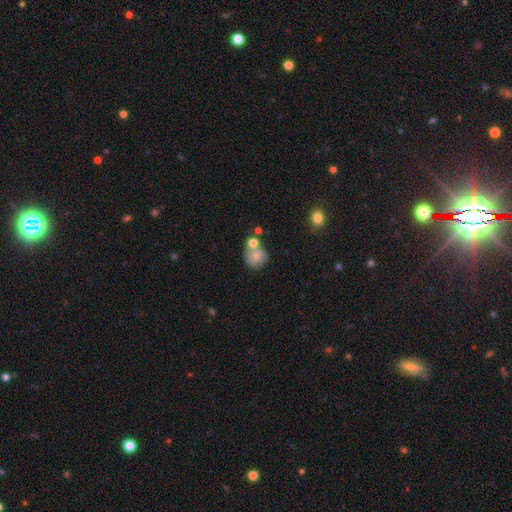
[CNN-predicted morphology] Smooth or featured? smooth (74%)
How rounded? round (79%)
Merging? none (48%)